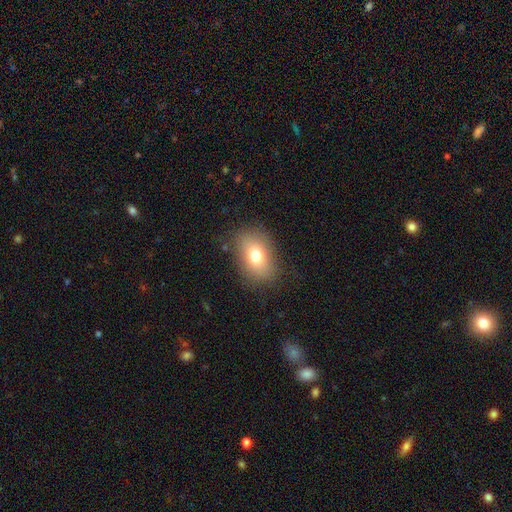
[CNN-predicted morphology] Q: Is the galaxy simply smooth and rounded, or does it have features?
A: smooth — 74%.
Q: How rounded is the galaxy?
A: in between — 78%.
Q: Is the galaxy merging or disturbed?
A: none — 80%.